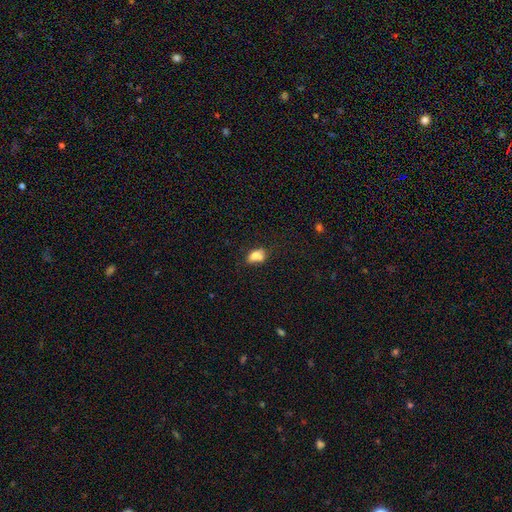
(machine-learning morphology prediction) A smooth galaxy with no disk features (73%) that is in between round and cigar-shaped (75%). Merging: merger (37%, tied with none).